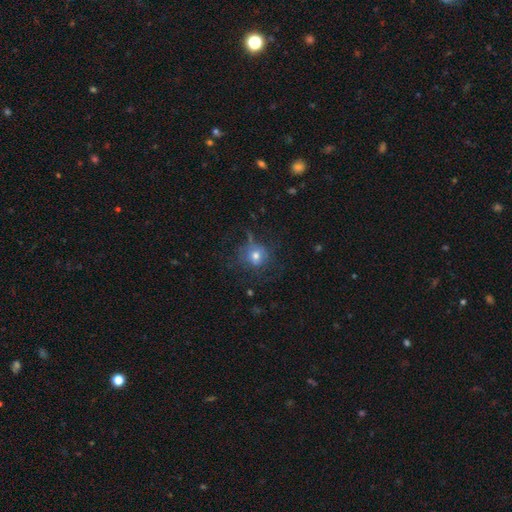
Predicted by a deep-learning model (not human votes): Overall: smooth (62%). How rounded: round (85%). Merging: none (63%).